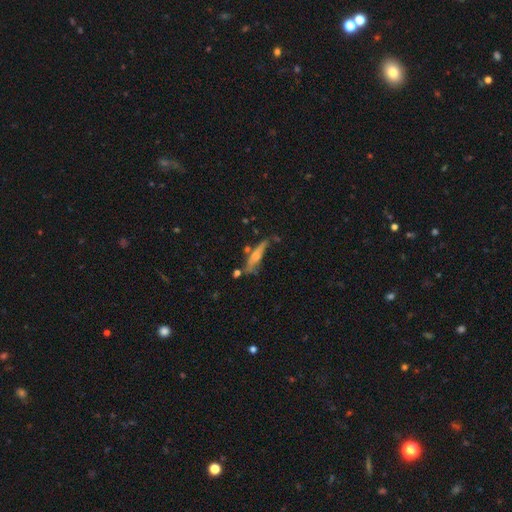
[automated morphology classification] smooth 54%, featured or disk 38%, star or artifact 8%. Down the decision tree: how rounded — cigar-shaped (79%); merging — none (49%).